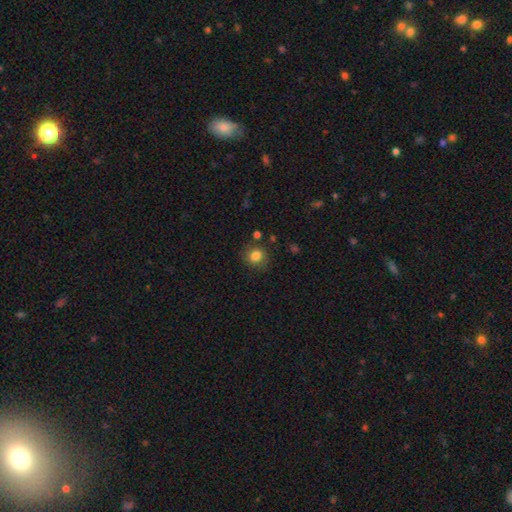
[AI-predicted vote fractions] This appears to be a smooth galaxy with no disk features (82%) that is round (80%). Merging: none (80%).